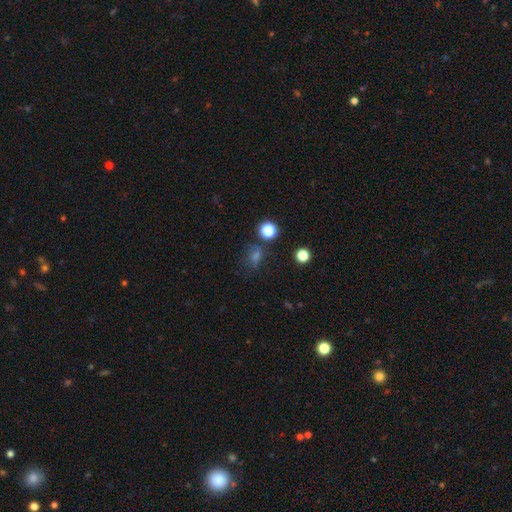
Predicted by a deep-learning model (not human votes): Smooth or featured? Predicted: smooth (p=0.54). How rounded? Predicted: round (p=0.59). Merging? Predicted: none (p=0.67).